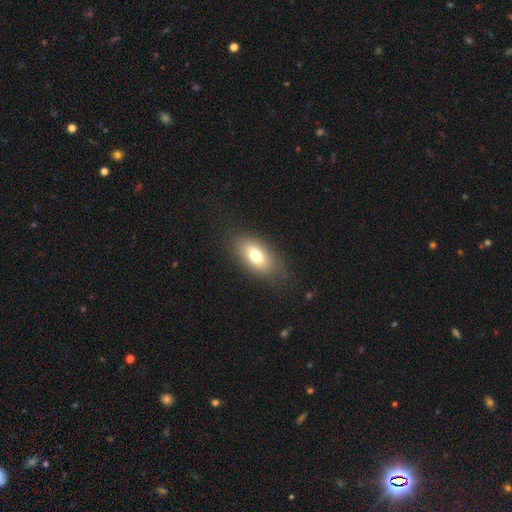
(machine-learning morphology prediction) A smooth galaxy with no disk features (74%) that is in between round and cigar-shaped (88%). Merging: none (82%).